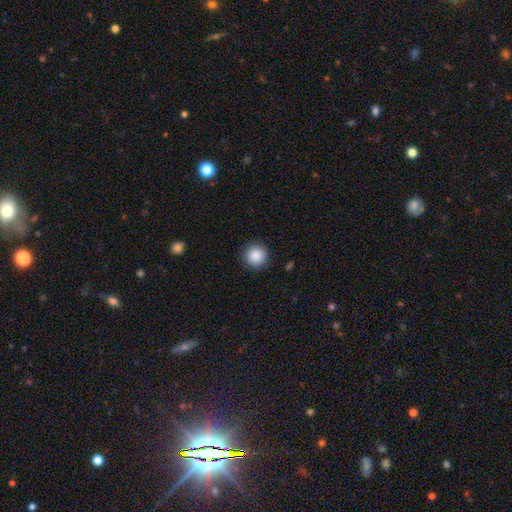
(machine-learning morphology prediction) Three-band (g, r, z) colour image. It shows a smooth galaxy with no disk features (88%) that is round (95%). Merging: none (91%).